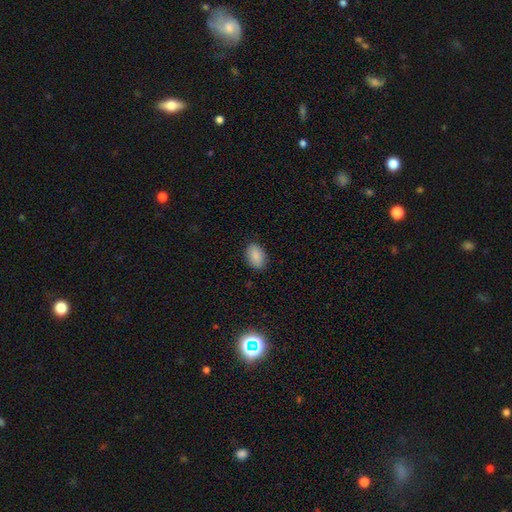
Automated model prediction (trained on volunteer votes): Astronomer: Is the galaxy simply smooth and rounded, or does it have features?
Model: smooth — 89%.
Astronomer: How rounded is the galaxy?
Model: in between — 89%.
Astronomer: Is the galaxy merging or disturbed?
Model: none — 87%.